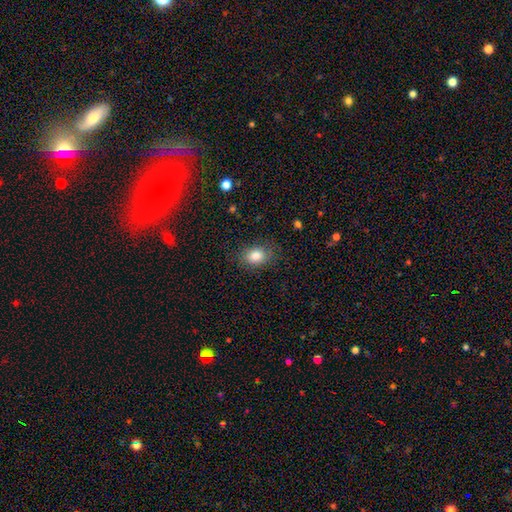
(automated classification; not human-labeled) smooth 84%, star or artifact 9%, featured or disk 7%. Down the decision tree: how rounded — in between (68%); merging — none (80%).